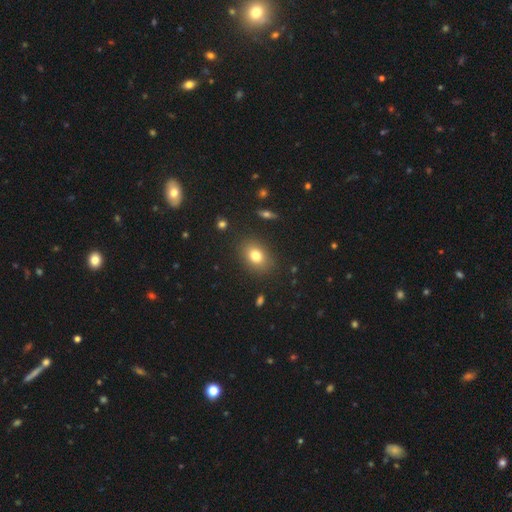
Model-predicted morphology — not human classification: smooth_or_featured: smooth (p=0.78) [alt: star or artifact p=0.11]
how_rounded: in between (p=0.70) [alt: round p=0.29]
merging: none (p=0.87) [alt: minor disturbance p=0.09]